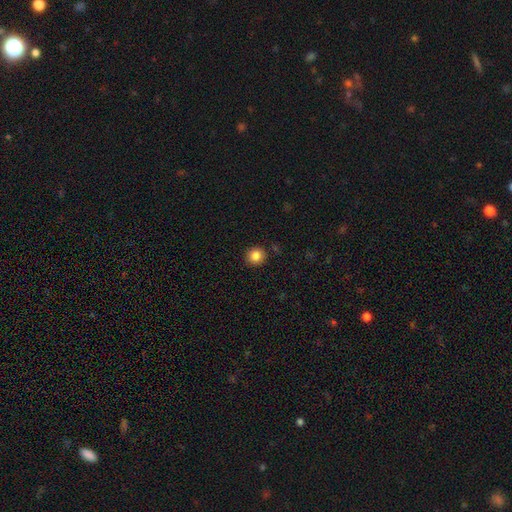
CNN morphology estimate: smooth-or-featured: smooth: 84% | star or artifact: 10% | featured or disk: 5%
  how-rounded: round: 91% | in between: 8% | cigar-shaped: 1%
  merging: none: 89% | minor disturbance: 7% | merger: 2% | major disturbance: 2%